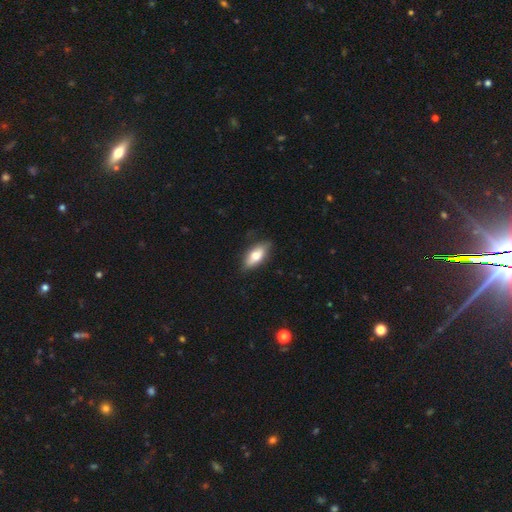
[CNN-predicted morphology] Smooth or featured? Predicted: smooth (p=0.75). How rounded? Predicted: in between (p=0.81). Merging? Predicted: none (p=0.81).